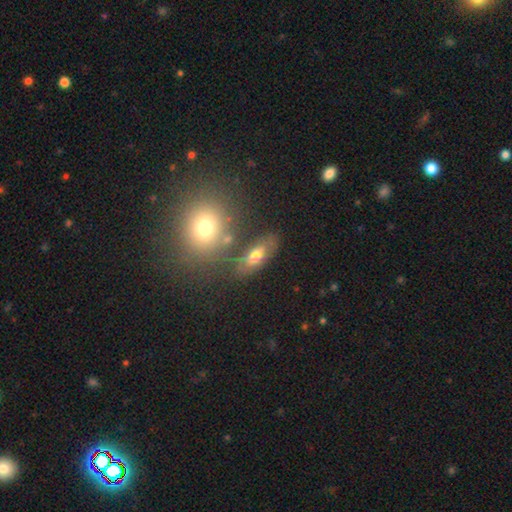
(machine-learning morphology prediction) Smooth or featured? smooth (57%)
How rounded? in between (77%)
Merging? none (62%)